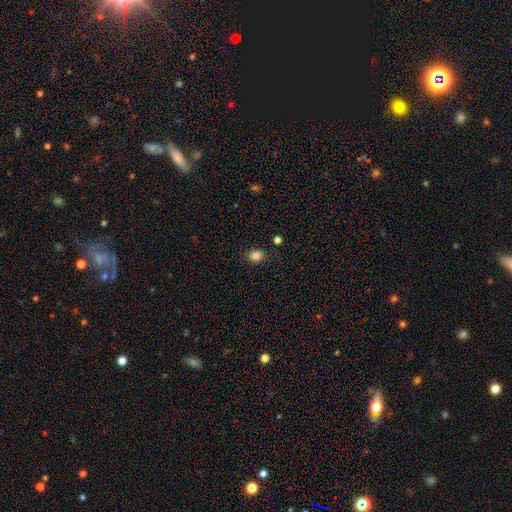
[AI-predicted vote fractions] Overall: smooth (84%). How rounded: round (50%; in between 49%). Merging: none (83%).